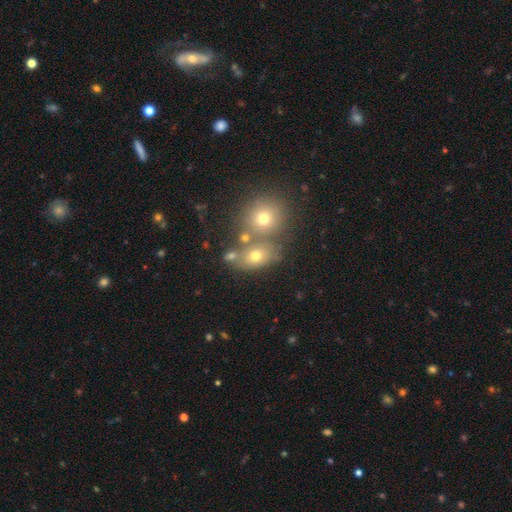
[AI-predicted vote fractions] A smooth galaxy with no disk features (63%) that is round (49%, tied with in between).

Vote fractions:
- Smooth or featured? smooth: 63% / featured or disk: 19% / star or artifact: 18%
- How rounded? round: 49% (tied) / in between: 49% (tied) / cigar-shaped: 2%
- Merging? none: 46% / merger: 38% / minor disturbance: 10% / major disturbance: 5%